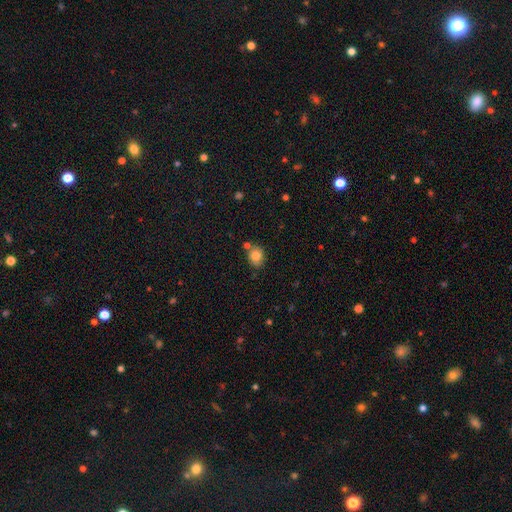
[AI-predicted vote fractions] This appears to be a smooth galaxy with no disk features (83%) that is round (67%). Merging: none (71%).